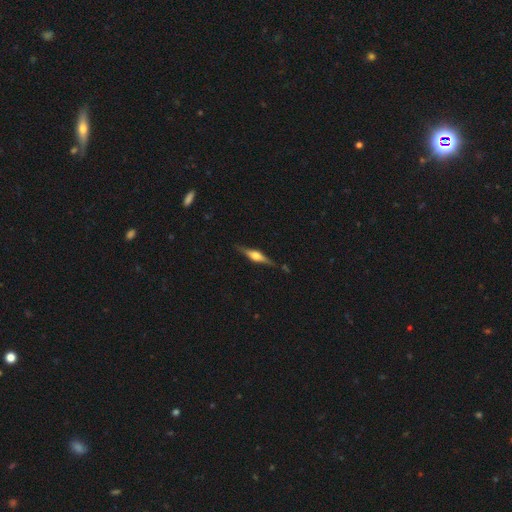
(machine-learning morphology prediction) This is likely a featured or disk galaxy (76%). It is clearly viewed edge-on (97%). Edge-on bulge: clearly rounded (89%). Merging: clearly none (85%).